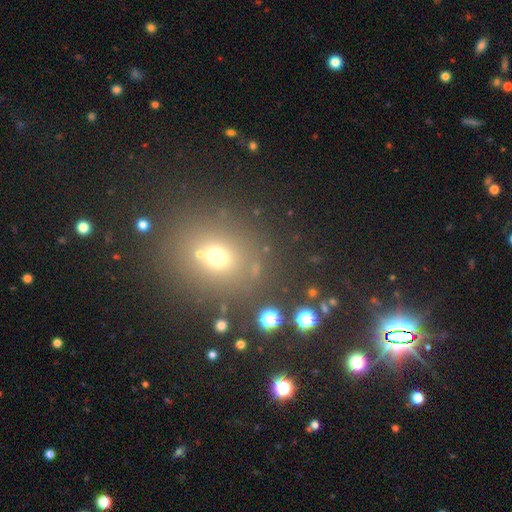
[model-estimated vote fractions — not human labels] Smooth or featured? smooth (50%)
Merging? none (83%)